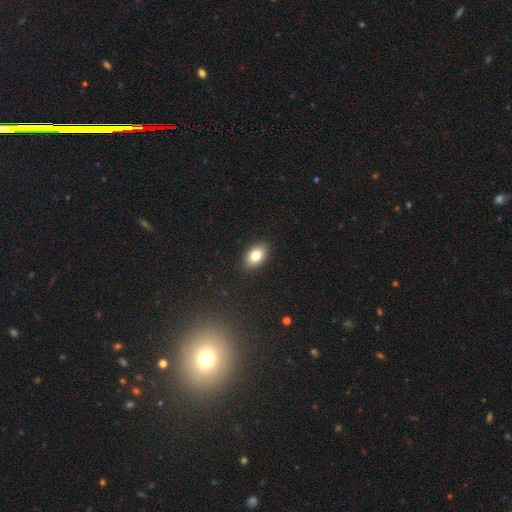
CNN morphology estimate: type=smooth (81%); roundness=in between (90%); merging=none (89%).